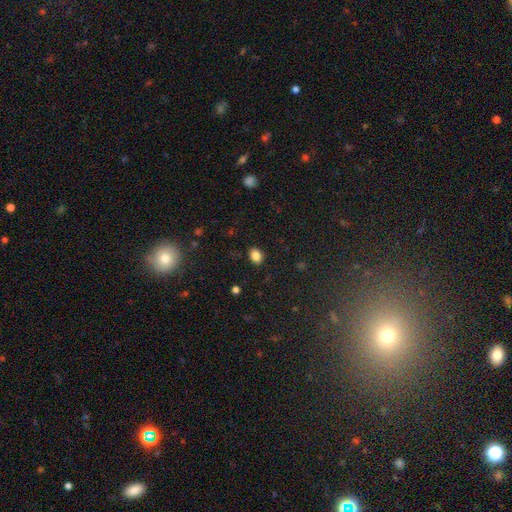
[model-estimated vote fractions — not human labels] Q: Smooth or featured?
A: smooth (85%); runner-up: star or artifact (11%)
Q: How rounded?
A: in between (73%); runner-up: round (26%)
Q: Merging?
A: none (86%); runner-up: minor disturbance (10%)